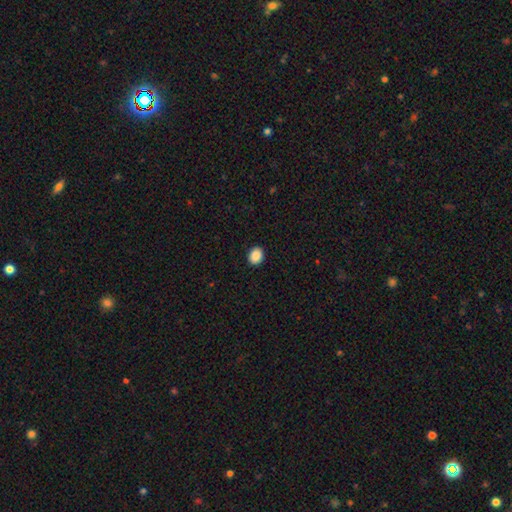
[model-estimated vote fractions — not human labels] smooth_or_featured: smooth (p=0.89) [alt: star or artifact p=0.08]
how_rounded: round (p=0.51) [alt: in between p=0.48]
merging: none (p=0.92) [alt: minor disturbance p=0.06]